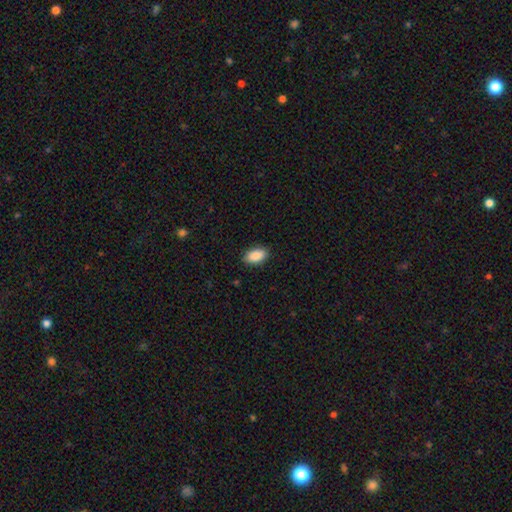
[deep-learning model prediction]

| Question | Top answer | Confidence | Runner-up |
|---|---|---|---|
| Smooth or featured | smooth | 89% | star or artifact (7%) |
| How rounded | in between | 93% | round (4%) |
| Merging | none | 89% | minor disturbance (8%) |